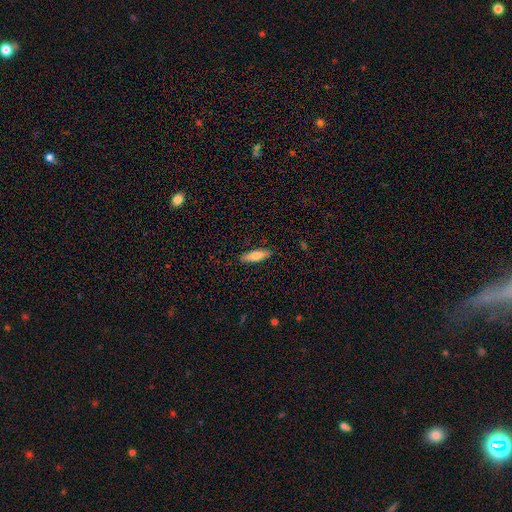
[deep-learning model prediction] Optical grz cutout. It shows a smooth galaxy with no disk features (75%) that is cigar-shaped (60%). Merging: none (88%).